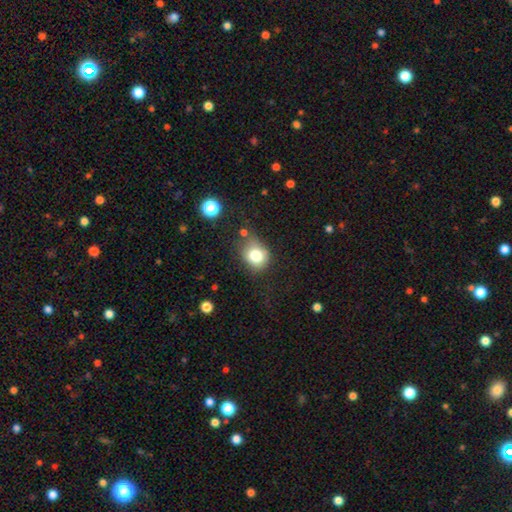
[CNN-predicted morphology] smooth-or-featured: smooth: 77% | star or artifact: 12% | featured or disk: 11%
  how-rounded: round: 63% | in between: 36% | cigar-shaped: 1%
  merging: none: 58% | minor disturbance: 26% | major disturbance: 9% | merger: 8%